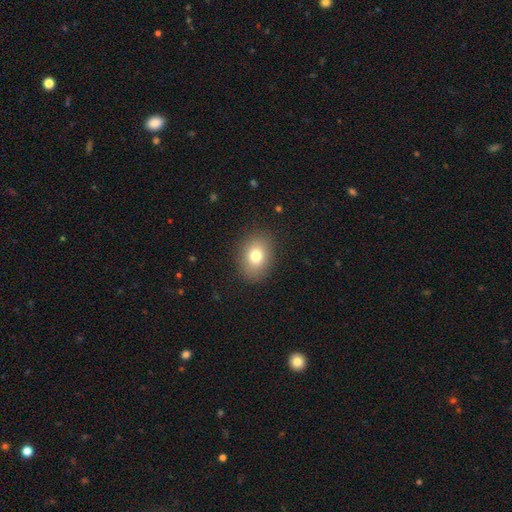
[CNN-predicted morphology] type=smooth (77%); roundness=in between (63%); merging=none (87%).